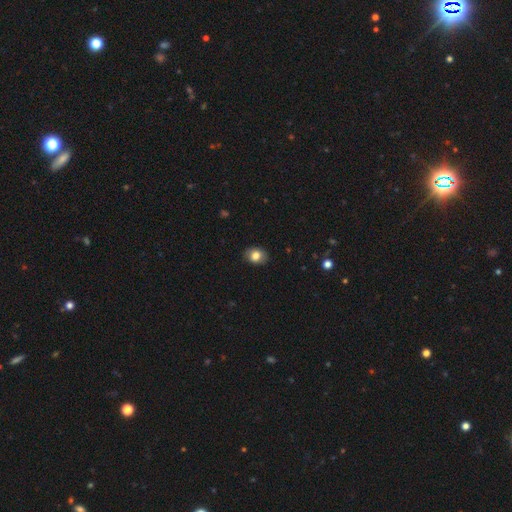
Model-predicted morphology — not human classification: A smooth galaxy with no disk features (81%) that is in between round and cigar-shaped (60%).

Vote fractions:
- Smooth or featured? smooth: 81% / featured or disk: 11% / star or artifact: 9%
- How rounded? in between: 60% / round: 39% / cigar-shaped: 1%
- Merging? none: 85% / minor disturbance: 12% / major disturbance: 2% / merger: 1%